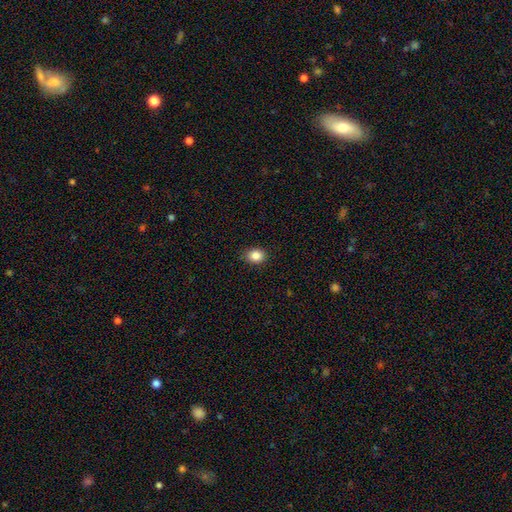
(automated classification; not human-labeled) Morphology: type=smooth (86%); roundness=round (51%); merging=none (88%).